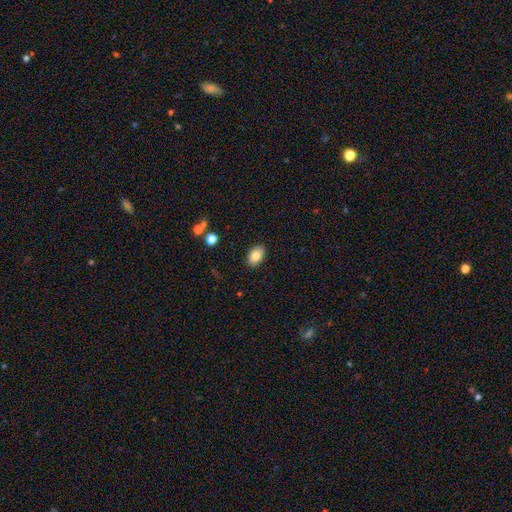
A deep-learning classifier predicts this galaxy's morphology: Smooth or featured: smooth — 84% (star or artifact — 8%)
How rounded: in between — 89% (round — 10%)
Merging: none — 88% (minor disturbance — 8%)